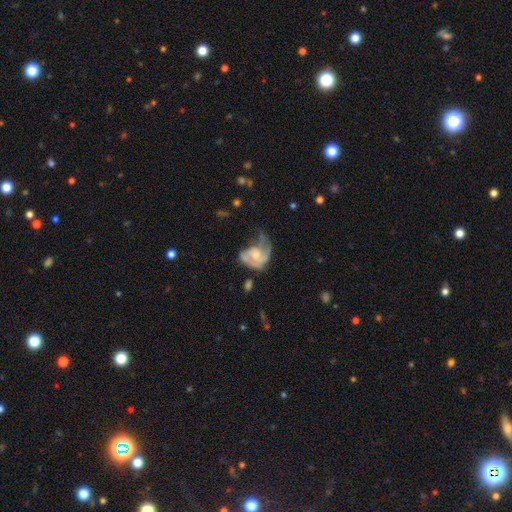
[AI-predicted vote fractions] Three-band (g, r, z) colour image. It shows a featured or disk galaxy (58%) with no bar (73%), spiral arms (66%) and a moderate central bulge (39%). Merging: major disturbance (50%).